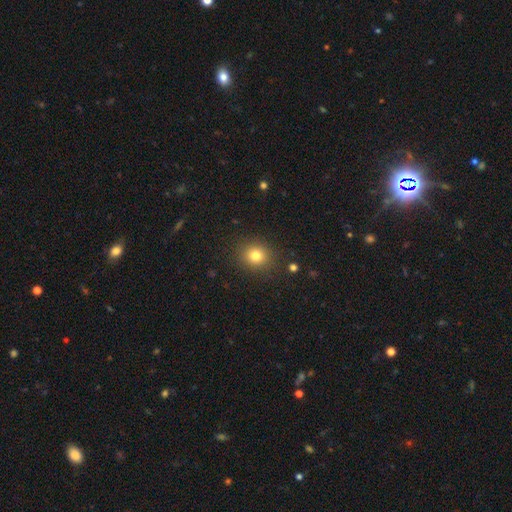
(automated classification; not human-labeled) A smooth galaxy with no disk features (80%) that is round (80%).

Vote fractions:
- Smooth or featured? smooth: 80% / star or artifact: 13% / featured or disk: 7%
- How rounded? round: 80% / in between: 19% / cigar-shaped: 1%
- Merging? none: 88% / minor disturbance: 8% / major disturbance: 3% / merger: 1%